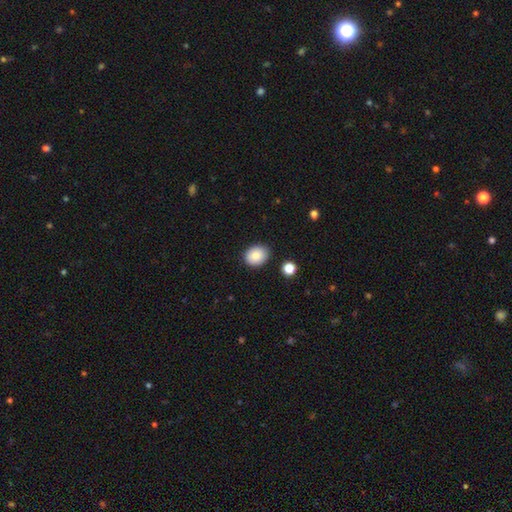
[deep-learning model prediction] Morphology: type=smooth (84%); roundness=round (56%); merging=none (86%).